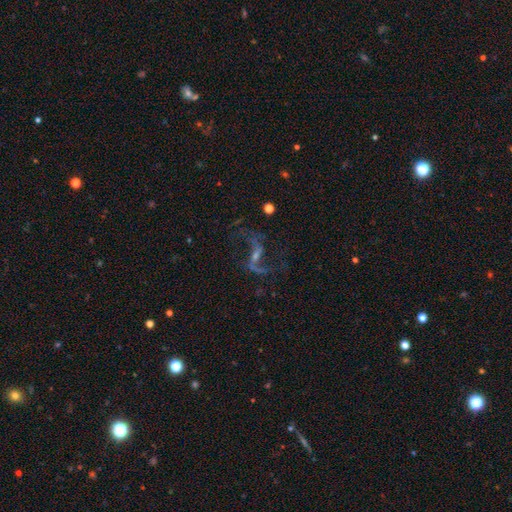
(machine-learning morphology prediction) Overall: featured or disk (84%). Edge-on disk: no (94%). Bar: weak (40%; strong 35%). Spiral arms: yes (93%). Spiral arm count: 2 (90%). Spiral winding: loose (85%). Bulge size: small (60%; moderate 24%). Merging: none (65%).